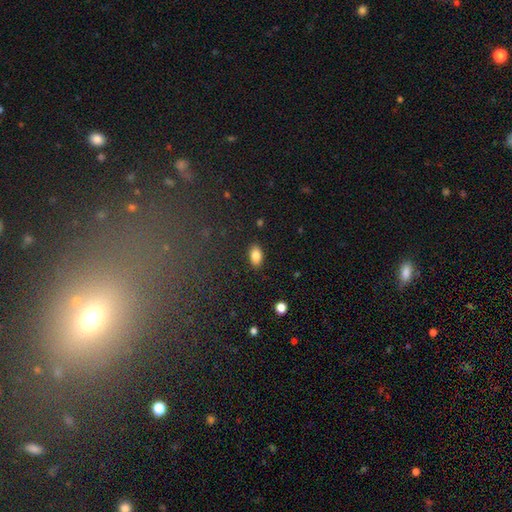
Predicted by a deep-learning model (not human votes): Q: Smooth or featured?
A: smooth (85%); runner-up: star or artifact (8%)
Q: How rounded?
A: in between (92%); runner-up: round (6%)
Q: Merging?
A: none (88%); runner-up: minor disturbance (9%)